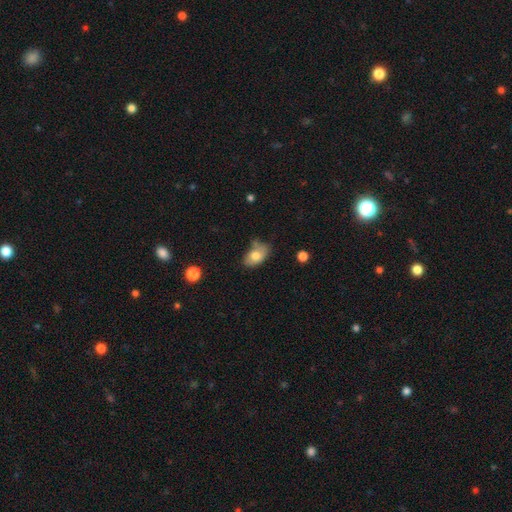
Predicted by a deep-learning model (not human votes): smooth_or_featured: smooth (p=0.74) [alt: featured or disk p=0.18]
how_rounded: in between (p=0.88) [alt: round p=0.10]
merging: none (p=0.46) [alt: minor disturbance p=0.34]